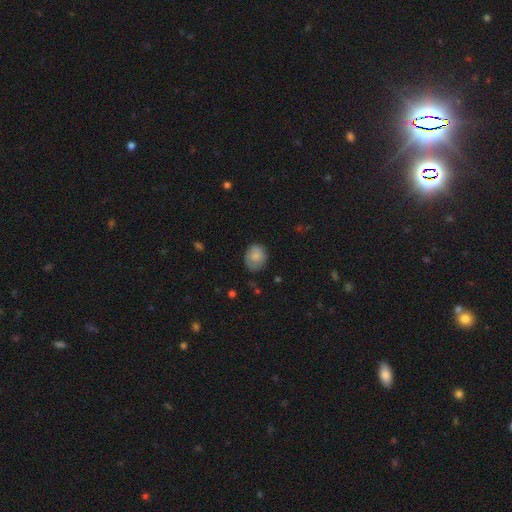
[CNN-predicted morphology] The model was most divided on "how rounded": round: 57%, in between: 42%, cigar-shaped: 1%. More confident: smooth or featured — smooth (81%); merging — none (70%).